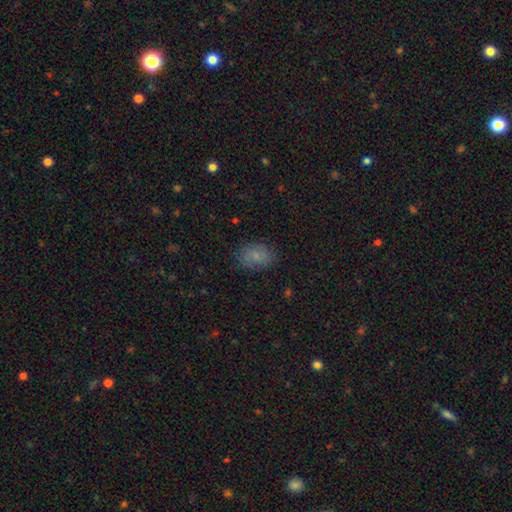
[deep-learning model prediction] Smooth or featured? Predicted: smooth (p=0.79). How rounded? Predicted: in between (p=0.76). Merging? Predicted: none (p=0.80).